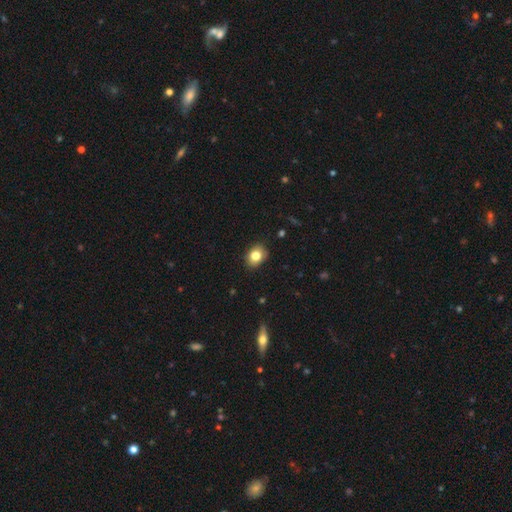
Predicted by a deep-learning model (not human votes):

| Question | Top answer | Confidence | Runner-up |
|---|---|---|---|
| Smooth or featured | smooth | 80% | featured or disk (10%) |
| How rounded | in between | 56% | round (43%) |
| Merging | none | 84% | minor disturbance (13%) |